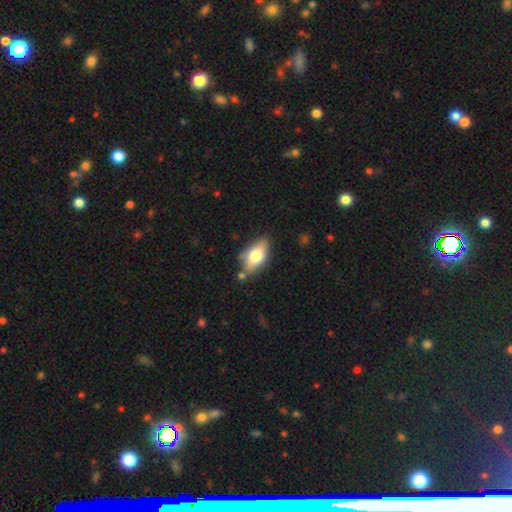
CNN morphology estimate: Smooth or featured? Predicted: smooth (p=0.67). How rounded? Predicted: in between (p=0.85). Merging? Predicted: none (p=0.69).